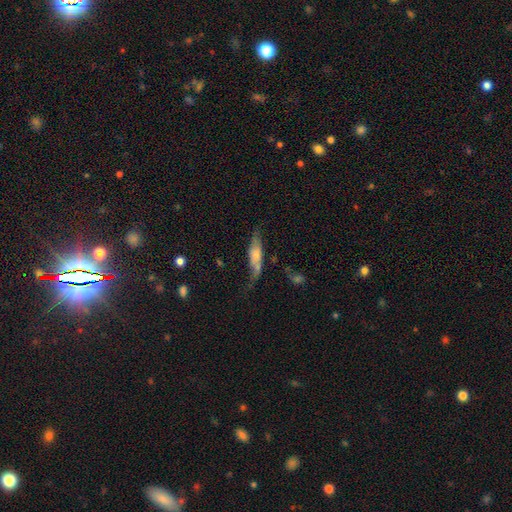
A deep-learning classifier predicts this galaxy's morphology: smooth 50%, featured or disk 43%, star or artifact 7%. Down the decision tree: merging — none (41%).